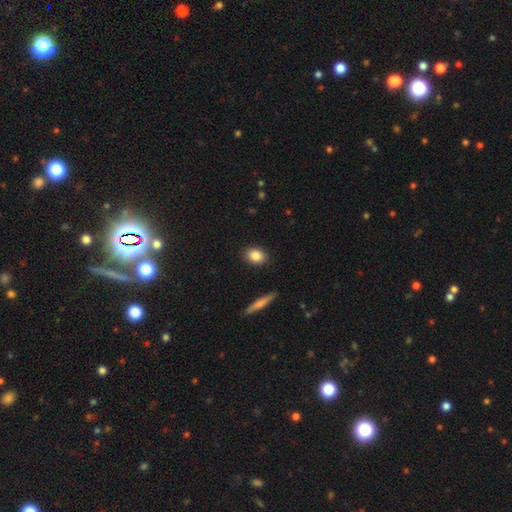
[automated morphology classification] smooth_or_featured: smooth (p=0.85) [alt: star or artifact p=0.08]
how_rounded: in between (p=0.62) [alt: round p=0.35]
merging: none (p=0.89) [alt: minor disturbance p=0.07]